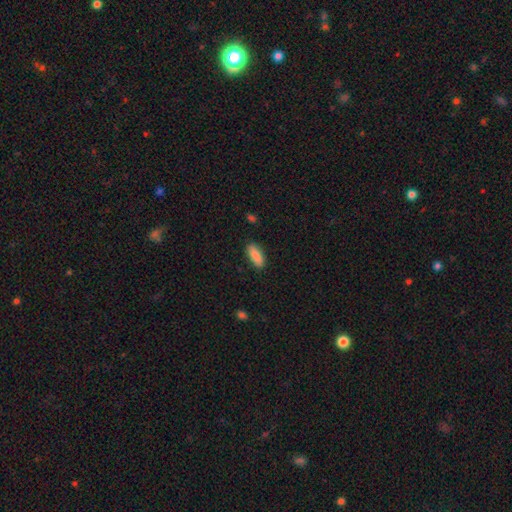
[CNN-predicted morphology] smooth-or-featured: smooth: 89% | star or artifact: 6% | featured or disk: 5%
  how-rounded: in between: 77% | cigar-shaped: 21% | round: 2%
  merging: none: 87% | minor disturbance: 9% | major disturbance: 2% | merger: 1%